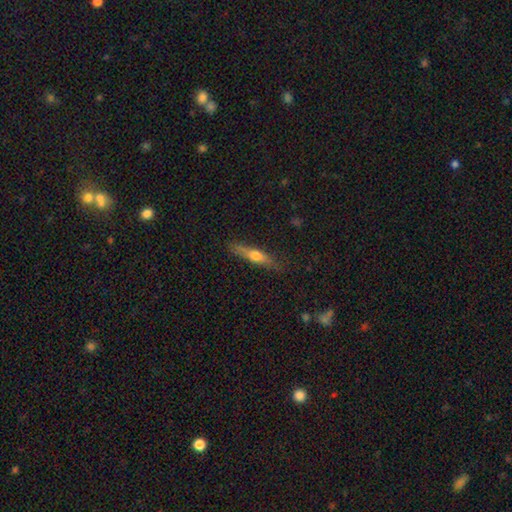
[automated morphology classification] A smooth galaxy with no disk features (50%) that is cigar-shaped (82%). Merging: none (82%).